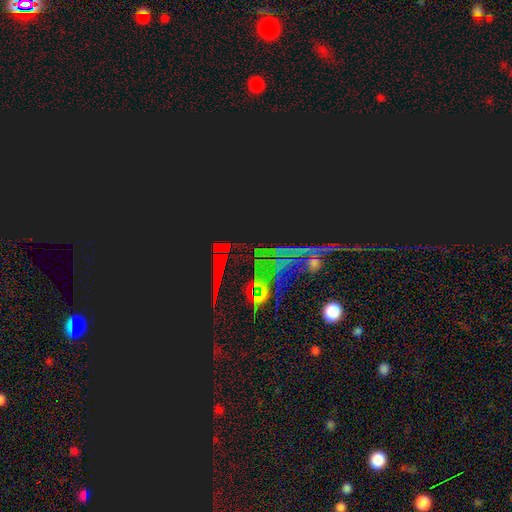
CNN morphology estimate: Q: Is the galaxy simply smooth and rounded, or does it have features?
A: star or artifact — 74%.